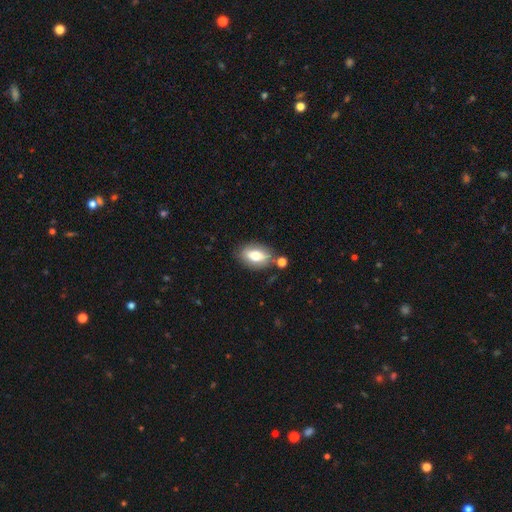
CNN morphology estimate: smooth_or_featured: smooth (p=0.69) [alt: featured or disk p=0.23]
how_rounded: in between (p=0.87) [alt: round p=0.09]
merging: none (p=0.73) [alt: minor disturbance p=0.14]